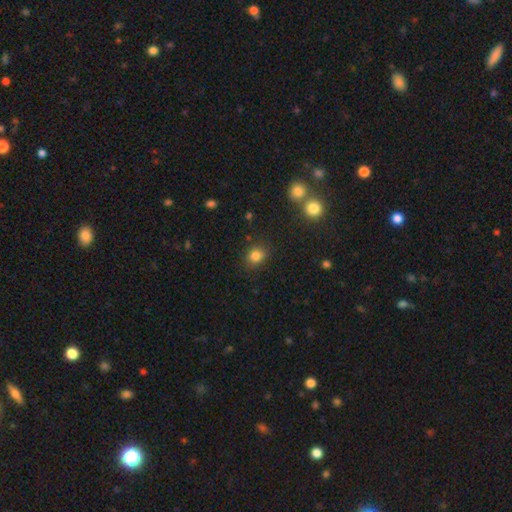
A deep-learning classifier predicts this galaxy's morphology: Overall: smooth (82%). How rounded: round (67%; in between 32%). Merging: none (83%).